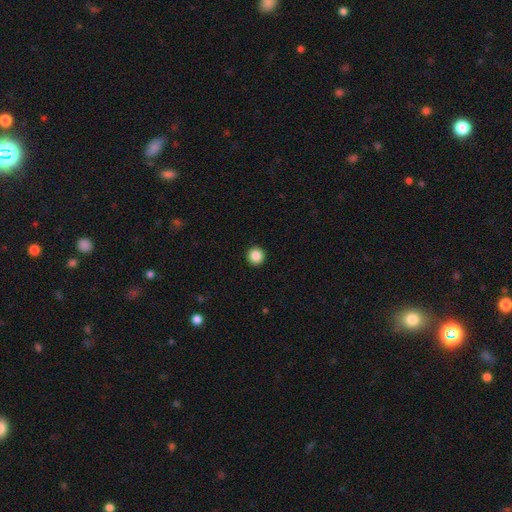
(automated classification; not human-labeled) smooth 87%, star or artifact 10%, featured or disk 3%. Down the decision tree: how rounded — round (96%); merging — none (94%).